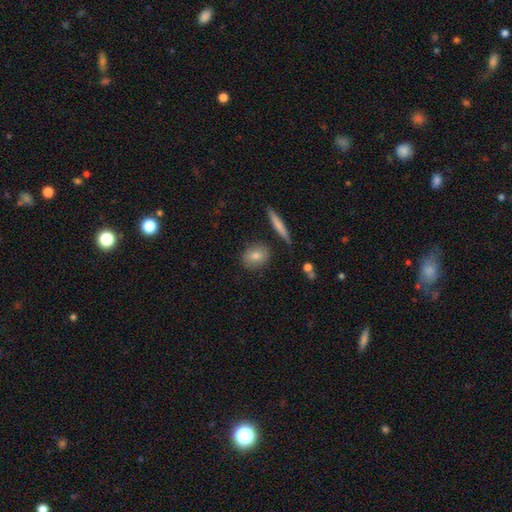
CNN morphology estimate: Smooth or featured: smooth — 76% (featured or disk — 16%)
How rounded: round — 50% (in between — 43%)
Merging: none — 83% (minor disturbance — 10%)